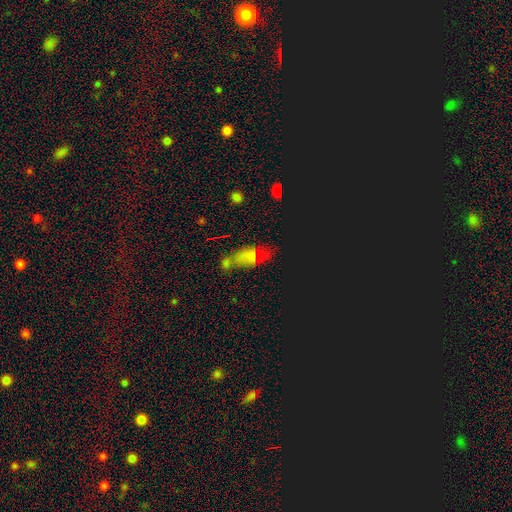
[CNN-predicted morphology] A smooth galaxy with no disk features (43%).

Vote fractions:
- Smooth or featured? smooth: 43% / star or artifact: 41% / featured or disk: 16%
- Merging? none: 50% / minor disturbance: 20% / merger: 19% / major disturbance: 11%